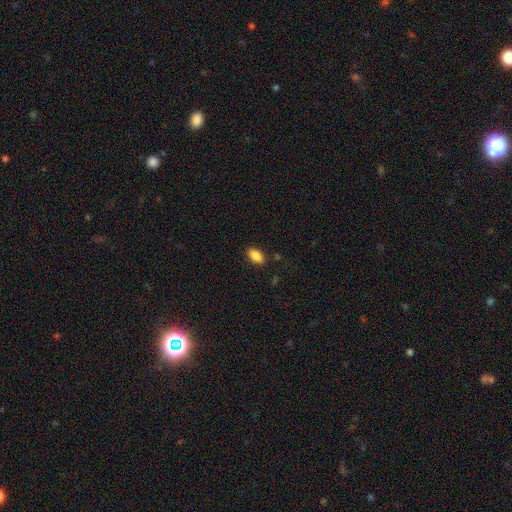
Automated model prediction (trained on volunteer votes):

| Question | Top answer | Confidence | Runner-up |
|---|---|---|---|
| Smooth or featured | smooth | 88% | star or artifact (8%) |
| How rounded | in between | 91% | round (6%) |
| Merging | none | 86% | minor disturbance (10%) |